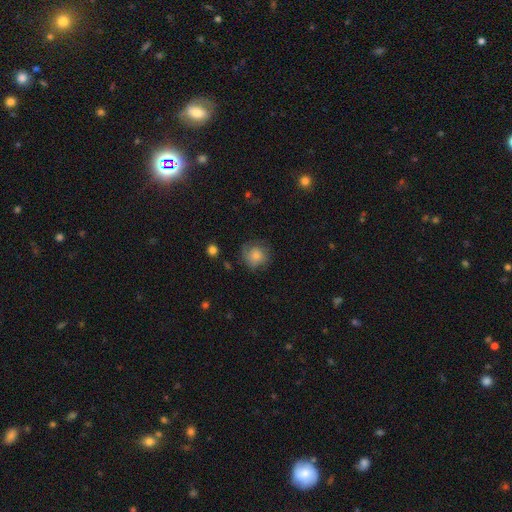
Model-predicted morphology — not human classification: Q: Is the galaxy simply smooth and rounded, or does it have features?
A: smooth — 75%.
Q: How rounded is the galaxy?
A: round — 89%.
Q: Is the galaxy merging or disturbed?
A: none — 68%.